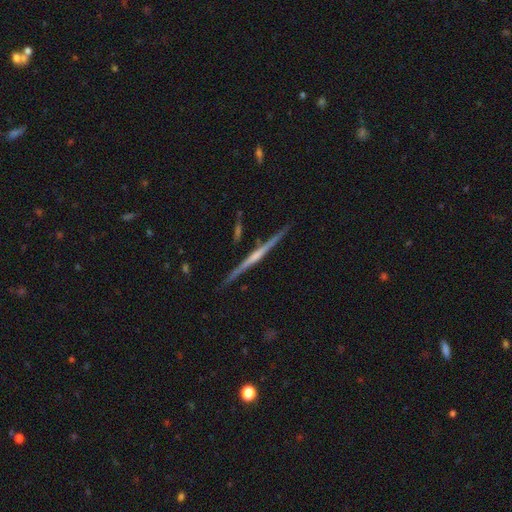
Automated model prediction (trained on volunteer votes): featured or disk 80%, smooth 13%, star or artifact 6%. Down the decision tree: edge-on disk — yes (98%); edge-on bulge — rounded (61%); merging — none (91%).